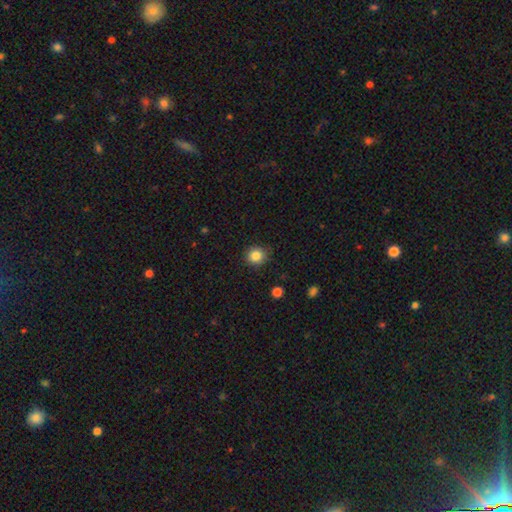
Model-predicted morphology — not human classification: Smooth or featured?
  - smooth: 85% *
  - star or artifact: 11%
  - featured or disk: 4%
How rounded?
  - round: 88% *
  - in between: 11%
  - cigar-shaped: 1%
Merging?
  - none: 86% *
  - minor disturbance: 10%
  - major disturbance: 2%
  - merger: 1%